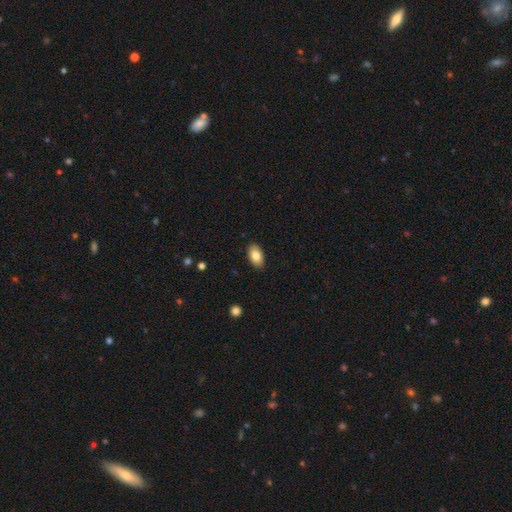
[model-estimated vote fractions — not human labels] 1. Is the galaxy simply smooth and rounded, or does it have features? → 82% smooth, 10% featured or disk, 7% star or artifact.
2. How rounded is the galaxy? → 94% in between, 4% round, 2% cigar-shaped.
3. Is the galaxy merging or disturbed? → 89% none, 8% minor disturbance, 2% major disturbance, 1% merger.